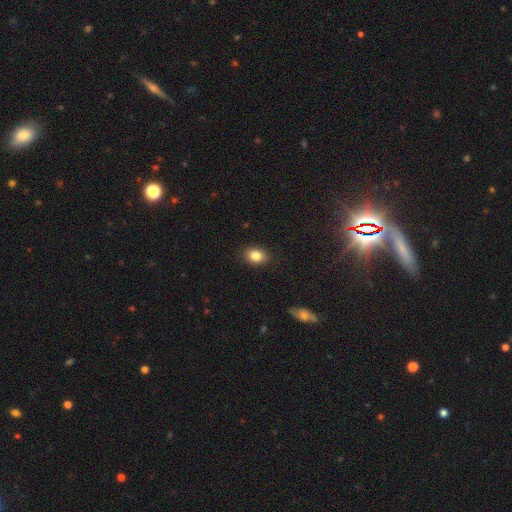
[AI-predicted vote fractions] This is clearly a smooth galaxy (83%). How rounded: likely in between (74%). Merging: clearly none (89%).